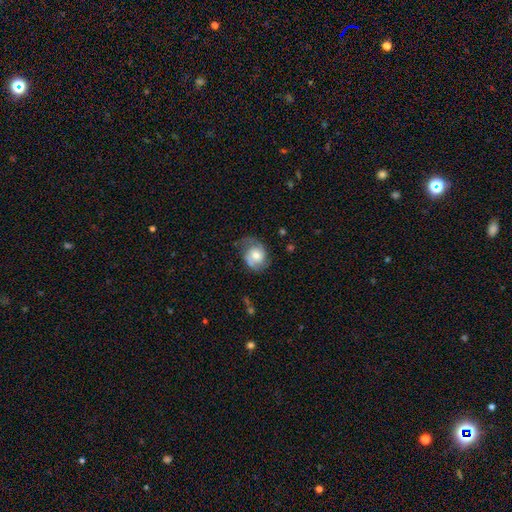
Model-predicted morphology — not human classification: smooth-or-featured: featured or disk: 65% | smooth: 28% | star or artifact: 7%
  disk-edge-on: no: 97% | yes: 3%
    bar: no: 68% | weak: 27% | strong: 5%
    has-spiral-arms: yes: 90% | no: 10%
      spiral-winding: medium: 45% | tight: 33% | loose: 22%
      spiral-arm-count: 2: 77% | can't tell: 10% | 1: 9% | 3: 3% | 4: 1% | more than 4: 1%
    bulge-size: moderate: 60% | small: 20% | large: 15% | none: 3% | dominant: 2%
  merging: none: 59% | minor disturbance: 26% | major disturbance: 14% | merger: 2%